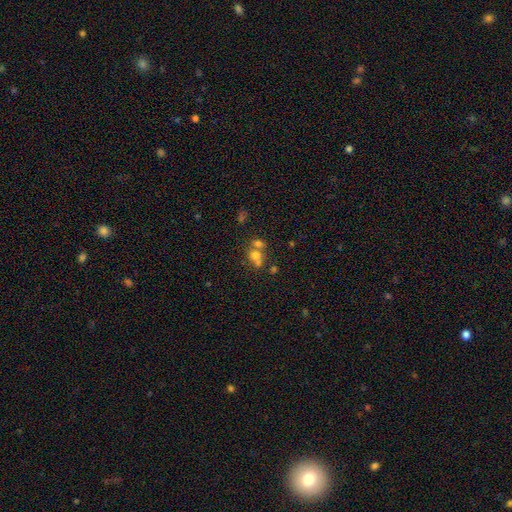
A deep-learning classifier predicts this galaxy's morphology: The model was most divided on "merging": merger: 54%, none: 33%, minor disturbance: 8%, major disturbance: 5%. More confident: smooth or featured — smooth (67%); how rounded — round (61%).